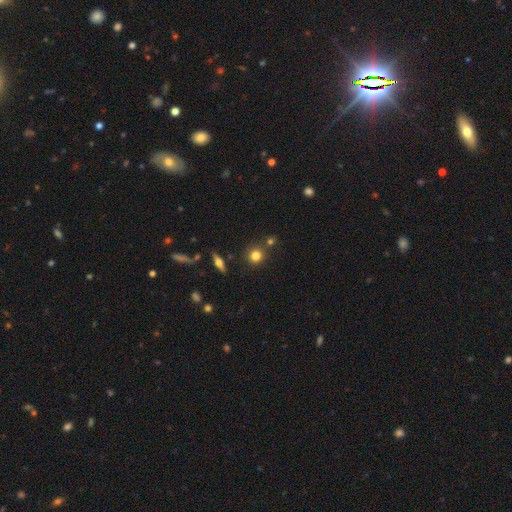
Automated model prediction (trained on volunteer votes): Overall: smooth (78%). How rounded: round (90%). Merging: none (79%).